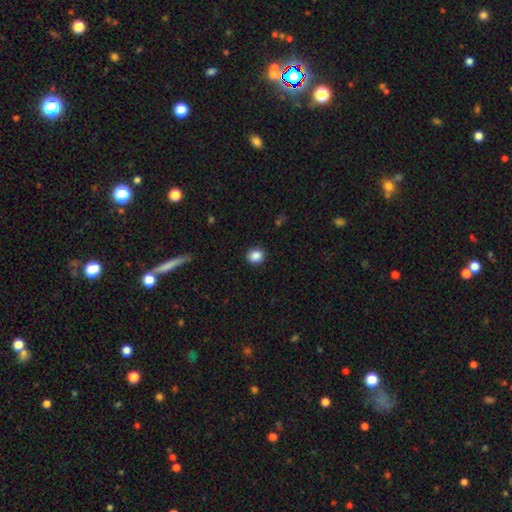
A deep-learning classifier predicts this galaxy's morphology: Smooth or featured? smooth (88%)
How rounded? round (78%)
Merging? none (91%)